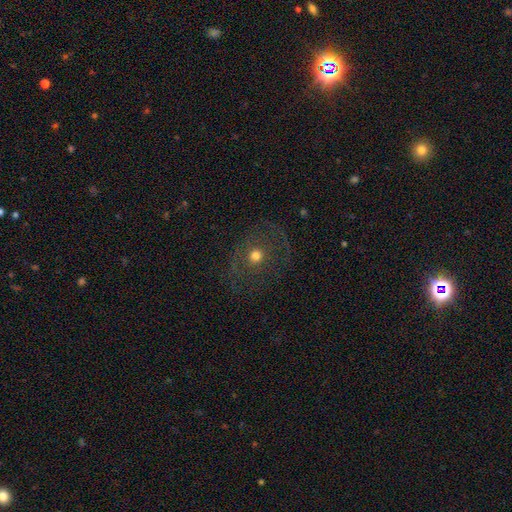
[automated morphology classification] type=smooth (46%); merging=none (71%).